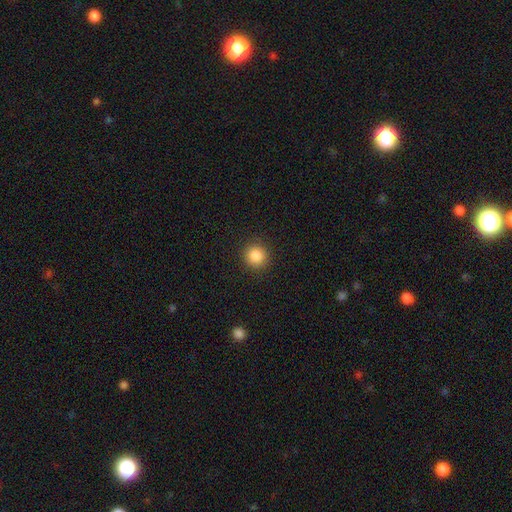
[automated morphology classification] smooth-or-featured: smooth: 86% | star or artifact: 10% | featured or disk: 4%
  how-rounded: round: 94% | in between: 5% | cigar-shaped: 1%
  merging: none: 91% | minor disturbance: 6% | major disturbance: 2% | merger: 1%